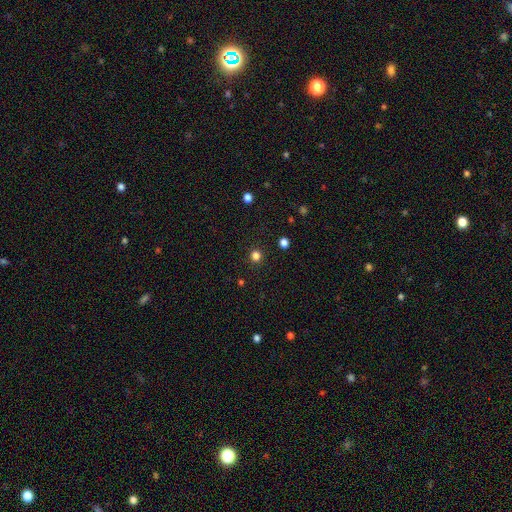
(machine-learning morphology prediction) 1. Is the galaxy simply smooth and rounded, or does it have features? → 80% smooth, 16% star or artifact, 4% featured or disk.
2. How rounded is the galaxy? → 94% round, 5% in between, 1% cigar-shaped.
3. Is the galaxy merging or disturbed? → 92% none, 5% minor disturbance, 2% major disturbance, 1% merger.